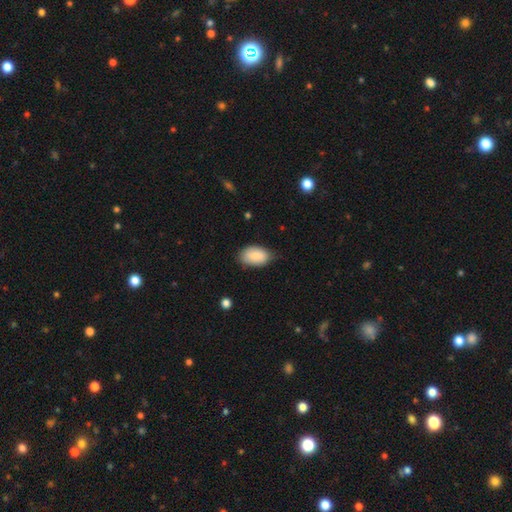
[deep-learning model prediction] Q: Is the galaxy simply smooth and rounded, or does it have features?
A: smooth — 86%.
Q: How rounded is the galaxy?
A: in between — 93%.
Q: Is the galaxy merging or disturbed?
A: none — 66%.